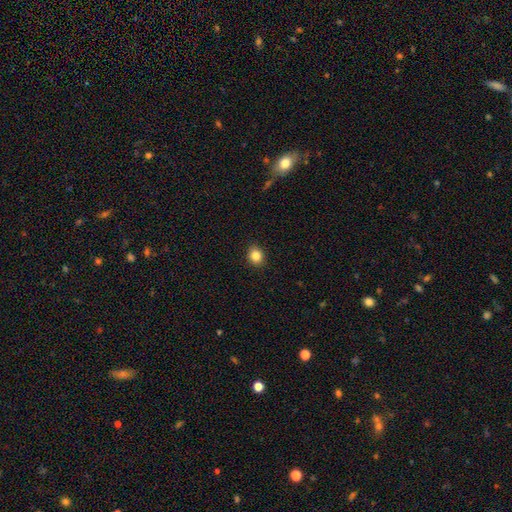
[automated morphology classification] A smooth galaxy with no disk features (85%) that is round (59%).

Vote fractions:
- Smooth or featured? smooth: 85% / star or artifact: 10% / featured or disk: 5%
- How rounded? round: 59% / in between: 40% / cigar-shaped: 1%
- Merging? none: 90% / minor disturbance: 7% / major disturbance: 2% / merger: 1%